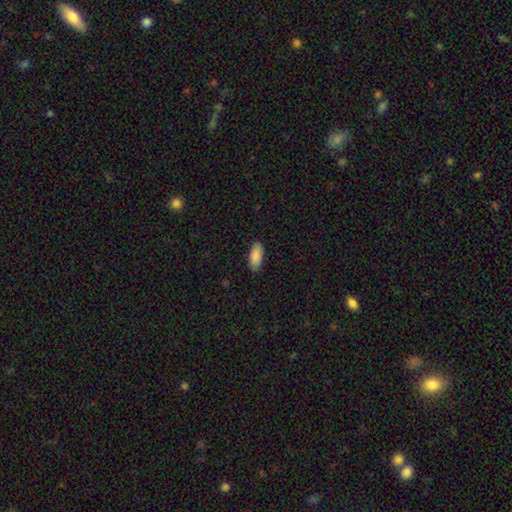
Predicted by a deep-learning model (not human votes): Smooth or featured? Predicted: smooth (p=0.90). How rounded? Predicted: in between (p=0.87). Merging? Predicted: none (p=0.87).